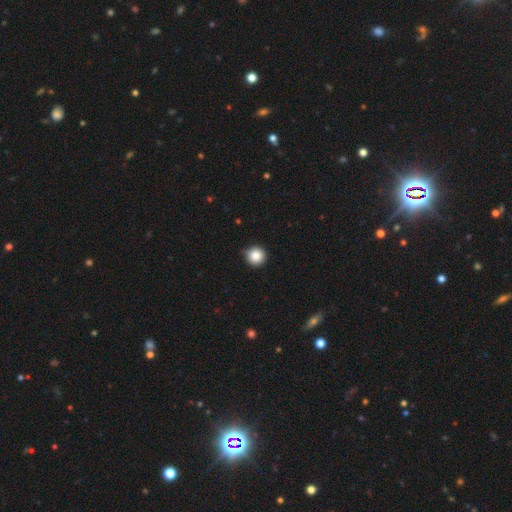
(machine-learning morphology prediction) This is clearly a smooth galaxy (86%). How rounded: clearly round (95%). Merging: clearly none (80%).